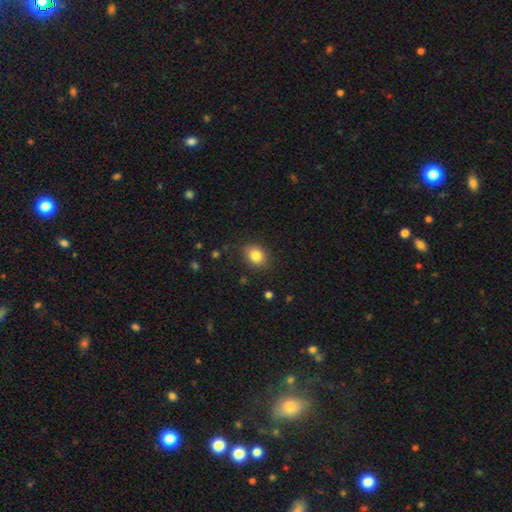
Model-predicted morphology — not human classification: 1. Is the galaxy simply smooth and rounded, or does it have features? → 84% smooth, 10% star or artifact, 7% featured or disk.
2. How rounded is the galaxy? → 54% in between, 45% round, 1% cigar-shaped.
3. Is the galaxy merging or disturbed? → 84% none, 12% minor disturbance, 3% major disturbance, 1% merger.